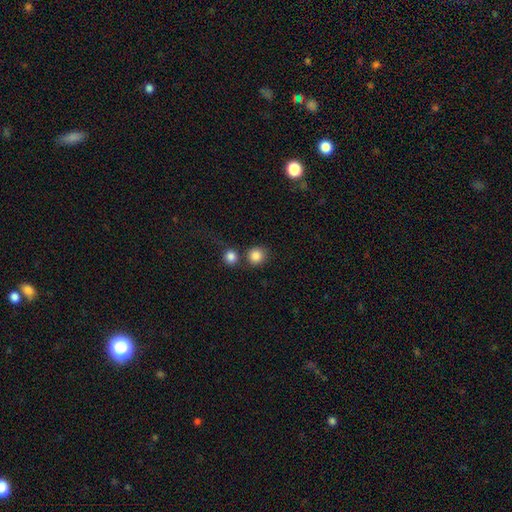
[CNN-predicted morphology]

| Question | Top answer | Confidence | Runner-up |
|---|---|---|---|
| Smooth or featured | smooth | 85% | star or artifact (10%) |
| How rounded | round | 91% | in between (8%) |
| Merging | none | 68% | merger (21%) |